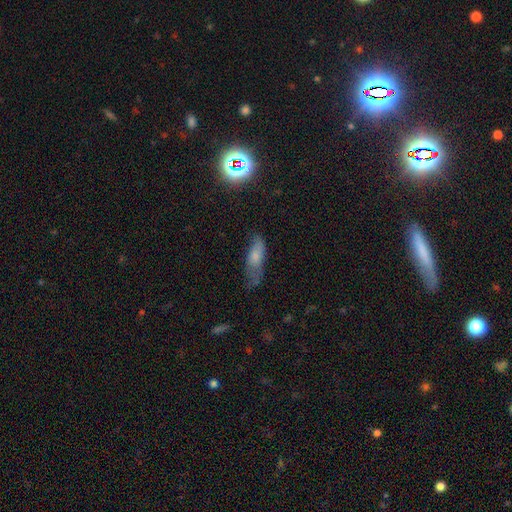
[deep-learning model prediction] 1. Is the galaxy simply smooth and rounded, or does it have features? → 64% smooth, 22% featured or disk, 13% star or artifact.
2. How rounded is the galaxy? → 60% in between, 36% cigar-shaped, 3% round.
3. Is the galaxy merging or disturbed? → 45% none, 34% minor disturbance, 18% major disturbance, 3% merger.